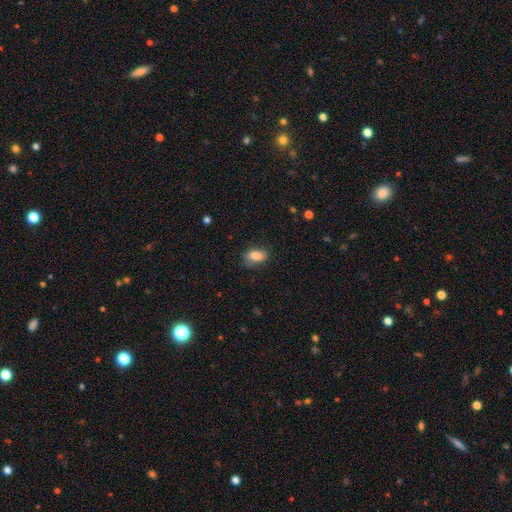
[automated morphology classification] A smooth galaxy with no disk features (83%) that is in between round and cigar-shaped (86%).

Vote fractions:
- Smooth or featured? smooth: 83% / featured or disk: 9% / star or artifact: 8%
- How rounded? in between: 86% / round: 12% / cigar-shaped: 3%
- Merging? none: 76% / minor disturbance: 19% / major disturbance: 4% / merger: 1%